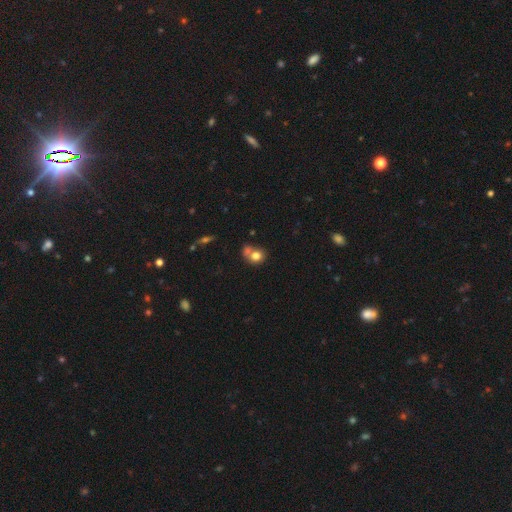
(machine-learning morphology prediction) Overall: smooth (76%). How rounded: round (70%). Merging: merger (43%; none 41%).